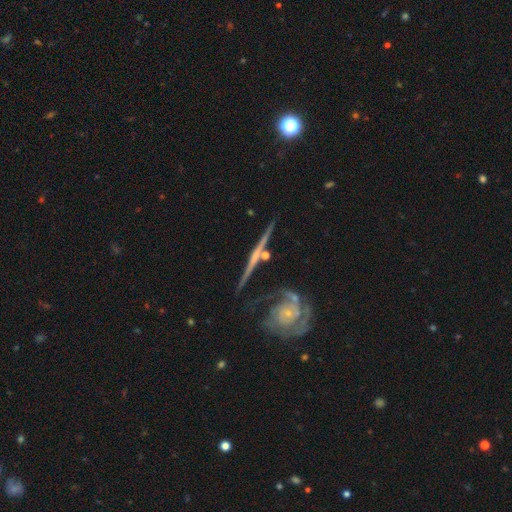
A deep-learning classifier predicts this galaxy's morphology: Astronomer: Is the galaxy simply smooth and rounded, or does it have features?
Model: featured or disk — 85%.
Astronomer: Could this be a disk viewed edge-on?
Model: yes — 91%.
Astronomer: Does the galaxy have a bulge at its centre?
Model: rounded — 49% (runner-up: none, 42%).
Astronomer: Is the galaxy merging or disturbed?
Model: none — 75%.